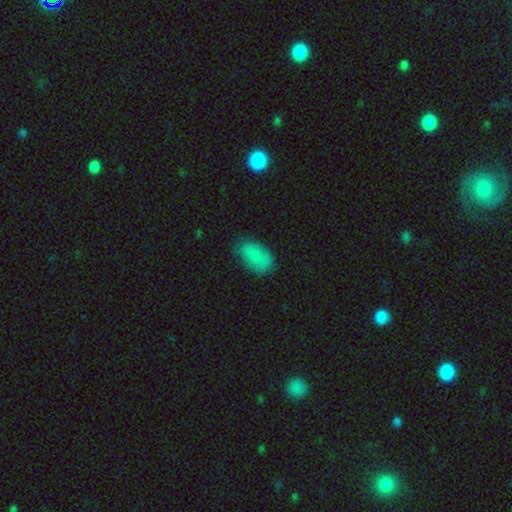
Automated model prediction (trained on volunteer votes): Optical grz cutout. It shows a smooth galaxy with no disk features (80%) that is in between round and cigar-shaped (91%). Merging: none (65%).